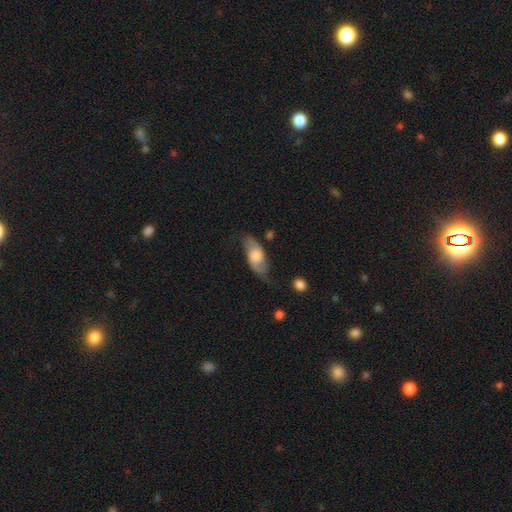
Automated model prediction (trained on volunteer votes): Q: Smooth or featured?
A: smooth (47%); tied with: featured or disk (47%)
Q: Merging?
A: none (60%); runner-up: minor disturbance (26%)